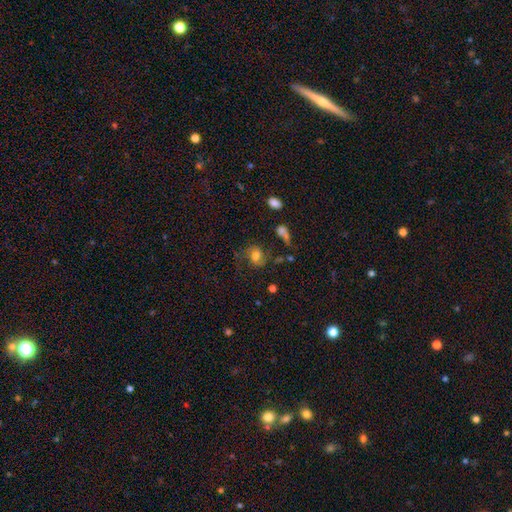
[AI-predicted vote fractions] Smooth or featured: smooth — 54% (featured or disk — 33%)
How rounded: round — 53% (in between — 45%)
Merging: none — 58% (minor disturbance — 21%)